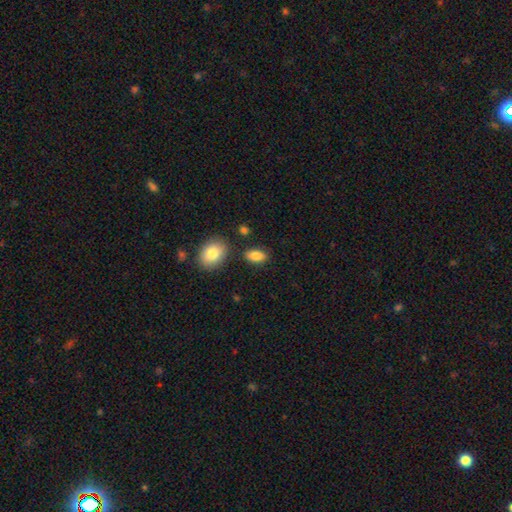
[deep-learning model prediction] Smooth or featured? Predicted: smooth (p=0.86). How rounded? Predicted: in between (p=0.91). Merging? Predicted: none (p=0.82).